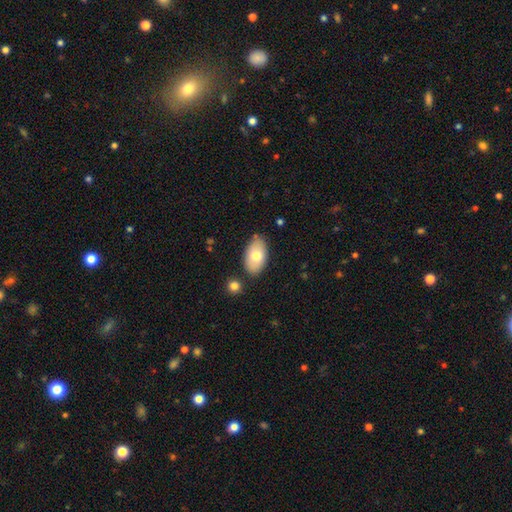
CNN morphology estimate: This is likely a smooth galaxy (74%). How rounded: clearly in between (94%). Merging: clearly none (81%).